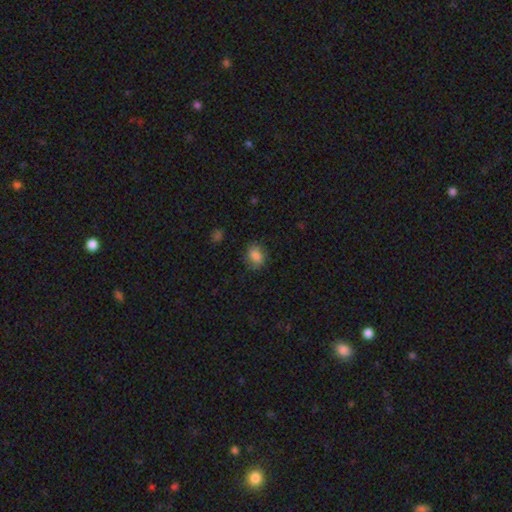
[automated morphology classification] Smooth or featured: smooth — 84% (star or artifact — 9%)
How rounded: in between — 59% (round — 40%)
Merging: none — 80% (minor disturbance — 15%)